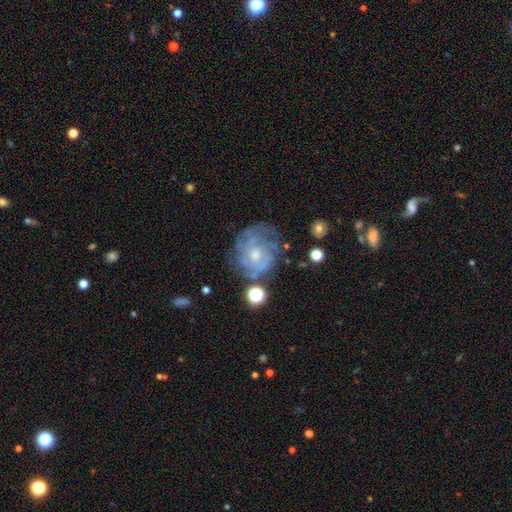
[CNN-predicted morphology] This appears to be a featured or disk galaxy (73%) with no bar (75%), tight (61%) spiral arms (80%) and a small central bulge (48%). Merging: none (61%).